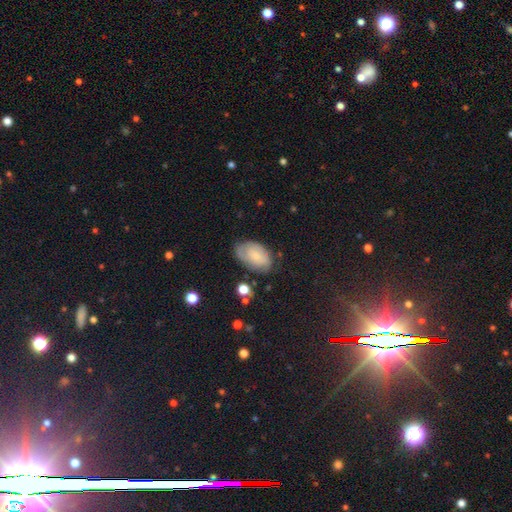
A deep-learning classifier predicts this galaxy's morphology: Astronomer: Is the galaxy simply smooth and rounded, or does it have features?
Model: smooth — 65%.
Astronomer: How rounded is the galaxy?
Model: in between — 92%.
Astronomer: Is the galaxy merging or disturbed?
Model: none — 65%.